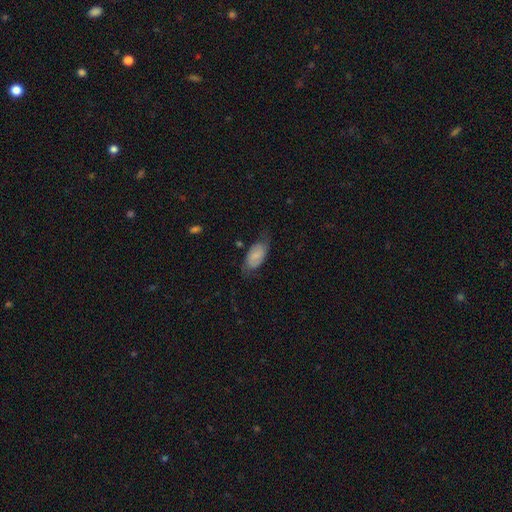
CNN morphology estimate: Q: Smooth or featured?
A: smooth (69%); runner-up: featured or disk (24%)
Q: How rounded?
A: in between (92%); runner-up: cigar-shaped (4%)
Q: Merging?
A: none (58%); runner-up: minor disturbance (29%)